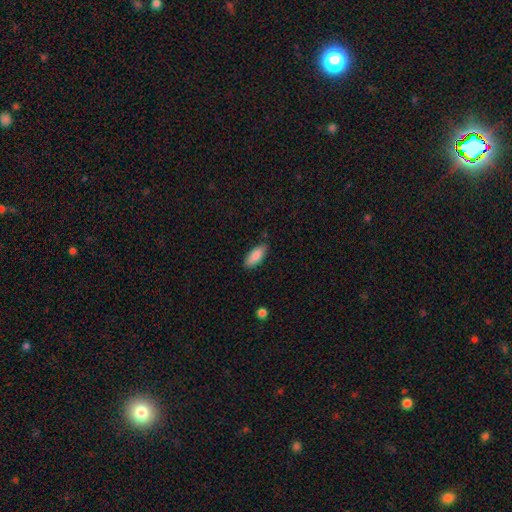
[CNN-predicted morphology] Smooth or featured: smooth — 87% (featured or disk — 7%)
How rounded: in between — 80% (cigar-shaped — 18%)
Merging: none — 83% (minor disturbance — 13%)